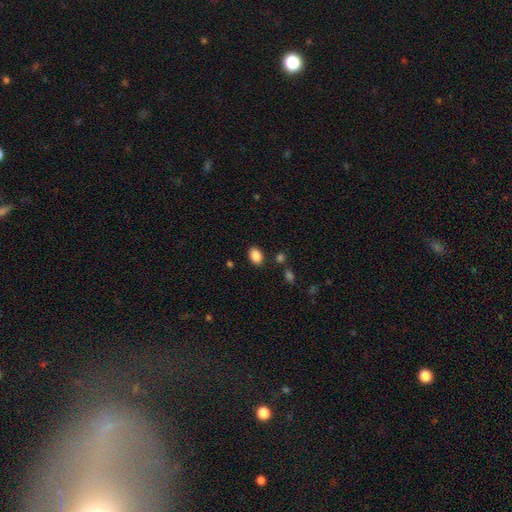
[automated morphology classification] Smooth or featured? Predicted: smooth (p=0.88). How rounded? Predicted: in between (p=0.80). Merging? Predicted: none (p=0.85).